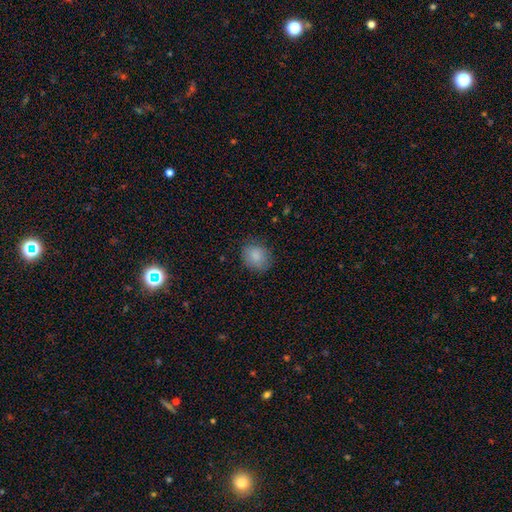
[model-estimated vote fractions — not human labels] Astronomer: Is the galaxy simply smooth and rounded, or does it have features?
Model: smooth — 86%.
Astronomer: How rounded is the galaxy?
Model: round — 68%.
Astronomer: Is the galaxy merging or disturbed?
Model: none — 81%.